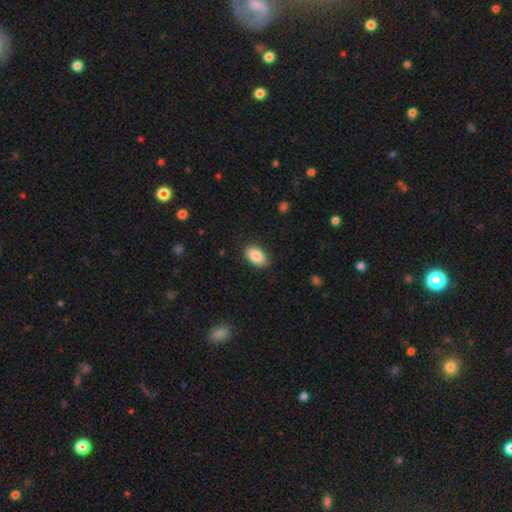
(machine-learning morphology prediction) smooth-or-featured: smooth: 88% | star or artifact: 7% | featured or disk: 5%
  how-rounded: in between: 93% | round: 5% | cigar-shaped: 2%
  merging: none: 85% | minor disturbance: 12% | major disturbance: 3% | merger: 1%